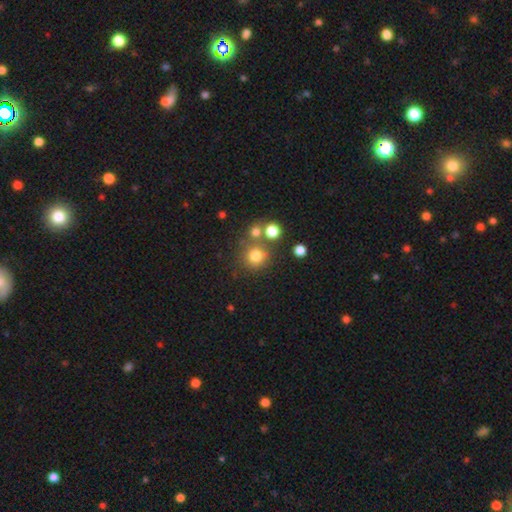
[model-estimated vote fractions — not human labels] Smooth or featured? Predicted: smooth (p=0.75). How rounded? Predicted: round (p=0.90). Merging? Predicted: none (p=0.69).